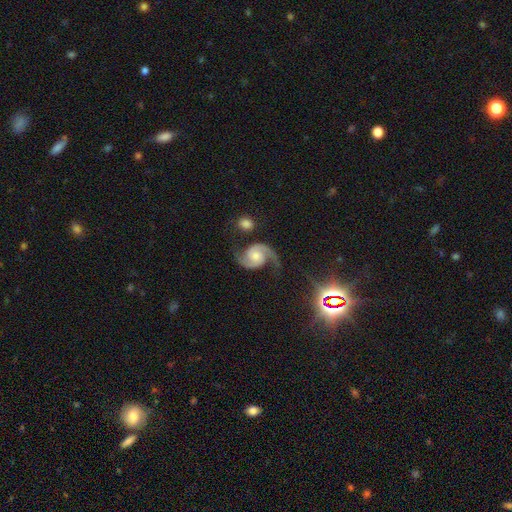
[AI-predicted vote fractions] This appears to be a featured or disk galaxy (91%) with no bar (68%), 2 (94%) medium (52%) spiral arms (98%) and a moderate central bulge (46%). Merging: none (73%).